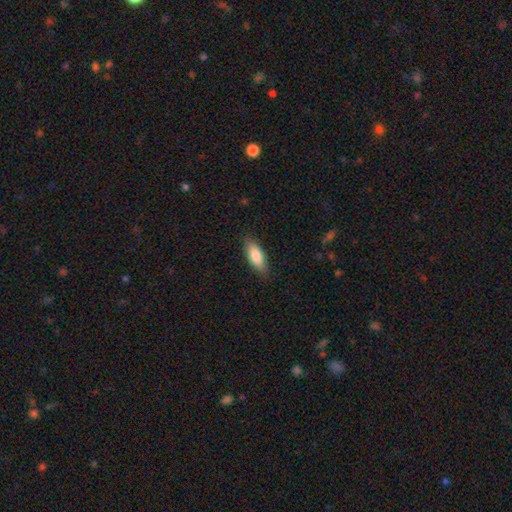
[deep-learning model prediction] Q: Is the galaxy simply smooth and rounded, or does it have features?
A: smooth — 81%.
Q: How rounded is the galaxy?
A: in between — 70%.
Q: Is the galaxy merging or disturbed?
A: none — 85%.